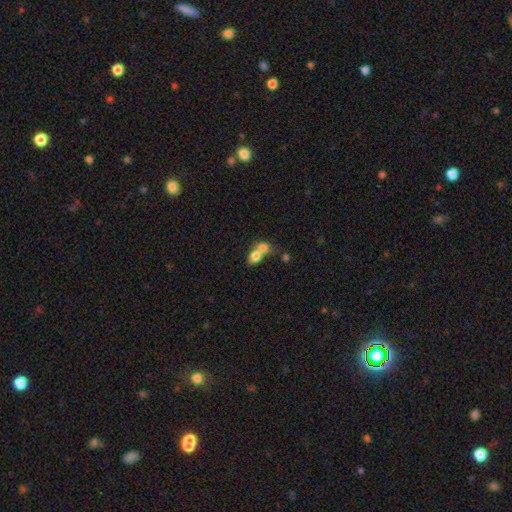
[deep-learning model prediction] Smooth or featured? Predicted: smooth (p=0.75). How rounded? Predicted: in between (p=0.57). Merging? Predicted: merger (p=0.70).